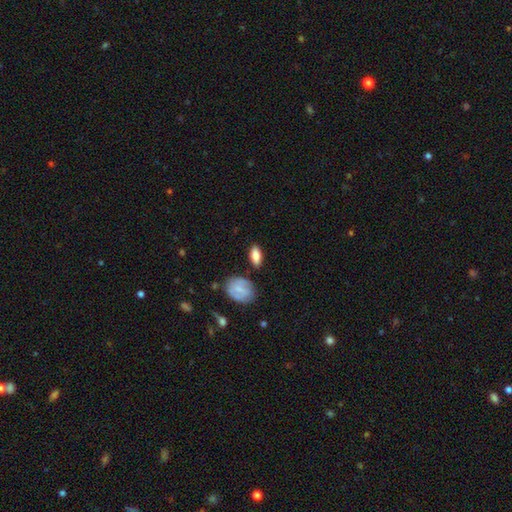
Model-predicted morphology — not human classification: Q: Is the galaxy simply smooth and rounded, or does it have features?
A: smooth — 81%.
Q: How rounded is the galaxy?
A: in between — 83%.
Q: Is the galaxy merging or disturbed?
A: none — 80%.